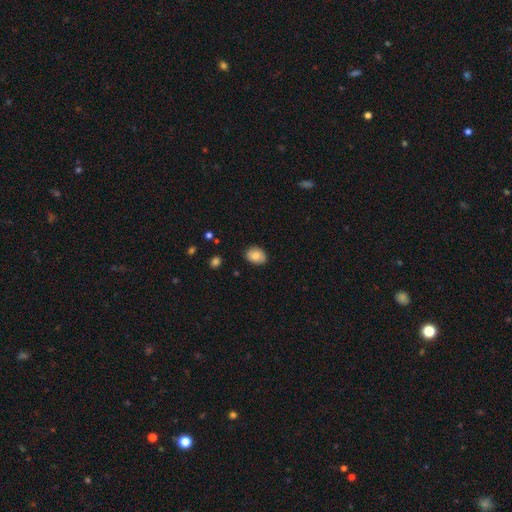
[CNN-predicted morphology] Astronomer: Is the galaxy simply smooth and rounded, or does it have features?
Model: smooth — 81%.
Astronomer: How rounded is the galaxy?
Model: in between — 64%.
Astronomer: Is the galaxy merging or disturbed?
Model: none — 84%.